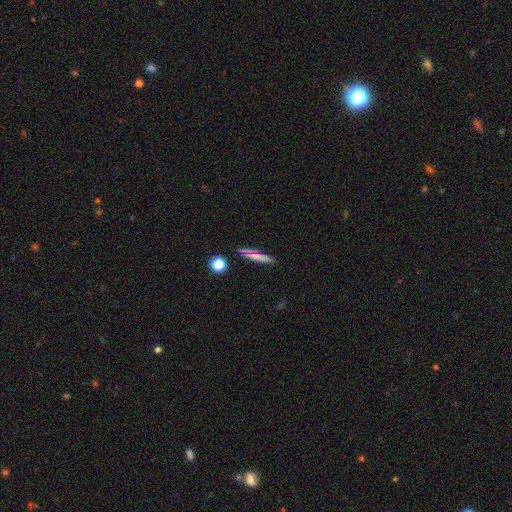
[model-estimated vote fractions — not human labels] This is likely a smooth galaxy (68%). How rounded: clearly cigar-shaped (88%). Merging: clearly none (88%).